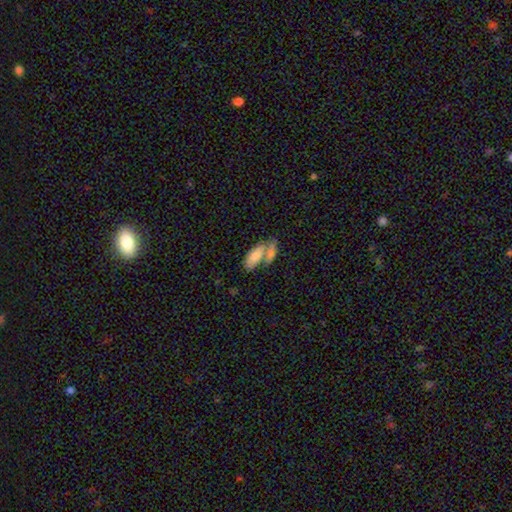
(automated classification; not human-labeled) Q: Smooth or featured?
A: smooth (78%); runner-up: featured or disk (15%)
Q: How rounded?
A: in between (82%); runner-up: cigar-shaped (15%)
Q: Merging?
A: merger (50%); runner-up: none (35%)